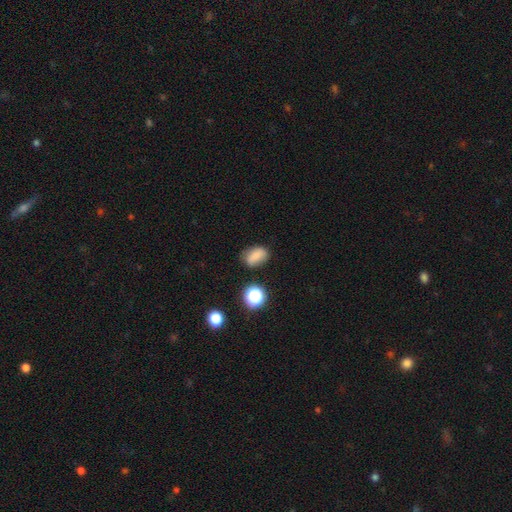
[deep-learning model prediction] Q: Smooth or featured?
A: smooth (77%); runner-up: star or artifact (13%)
Q: How rounded?
A: in between (79%); runner-up: round (19%)
Q: Merging?
A: none (71%); runner-up: minor disturbance (21%)